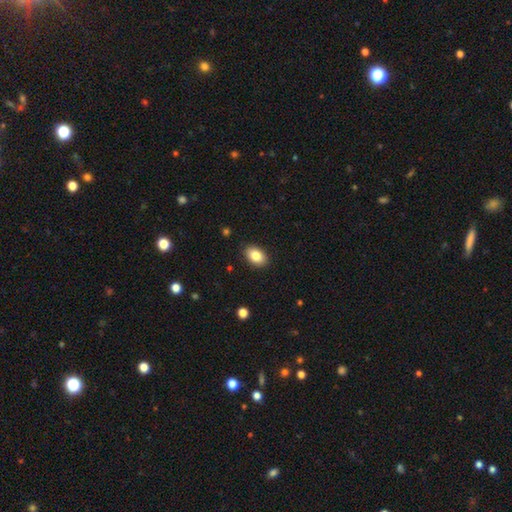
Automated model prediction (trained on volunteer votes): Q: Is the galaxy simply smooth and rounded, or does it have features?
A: smooth — 84%.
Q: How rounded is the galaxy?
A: in between — 86%.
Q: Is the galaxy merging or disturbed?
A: none — 88%.